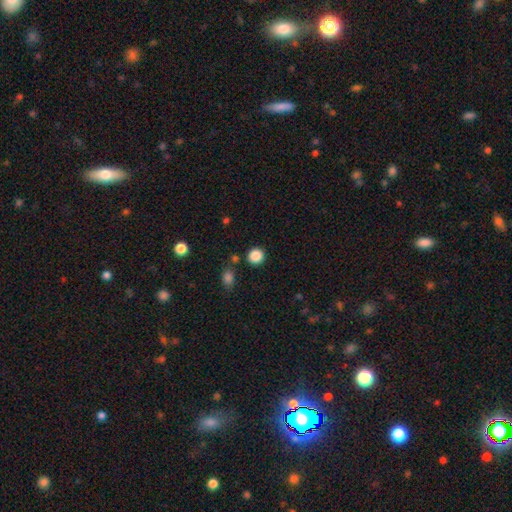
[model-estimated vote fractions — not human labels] This appears to be a smooth galaxy with no disk features (87%) that is round (91%). Merging: none (87%).